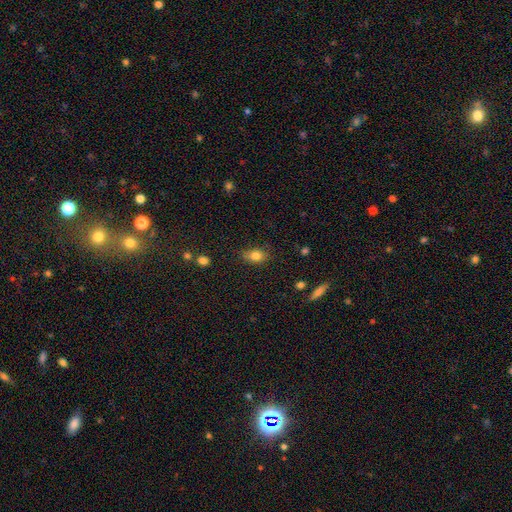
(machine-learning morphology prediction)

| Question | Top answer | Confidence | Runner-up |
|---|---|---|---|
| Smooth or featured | smooth | 82% | star or artifact (10%) |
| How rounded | in between | 68% | round (29%) |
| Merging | none | 72% | minor disturbance (21%) |